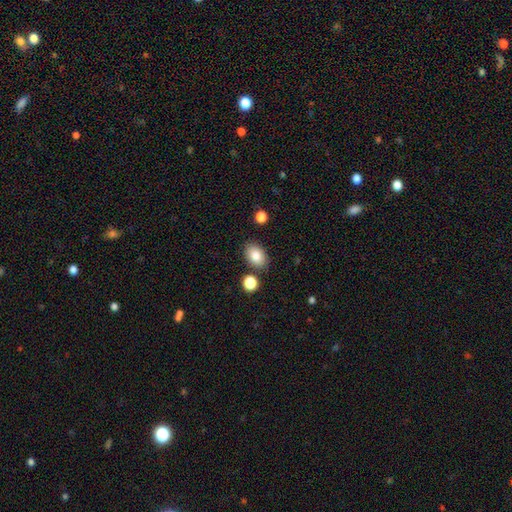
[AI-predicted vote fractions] Q: Smooth or featured?
A: smooth (84%); runner-up: star or artifact (8%)
Q: How rounded?
A: in between (82%); runner-up: round (17%)
Q: Merging?
A: none (82%); runner-up: minor disturbance (10%)